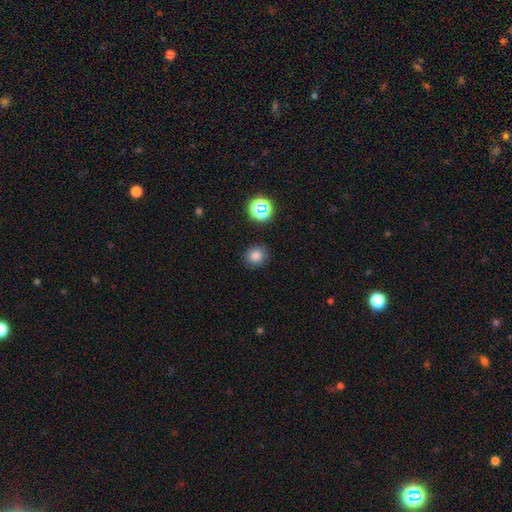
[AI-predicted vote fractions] This appears to be a smooth galaxy with no disk features (79%) that is round (84%). Merging: none (86%).